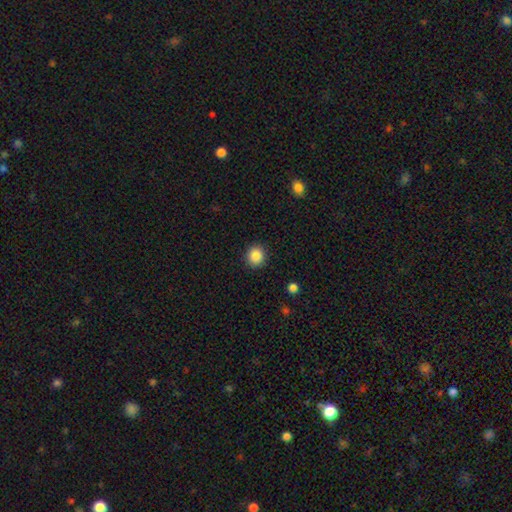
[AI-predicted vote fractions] This is clearly a smooth galaxy (87%). How rounded: clearly round (86%). Merging: clearly none (91%).